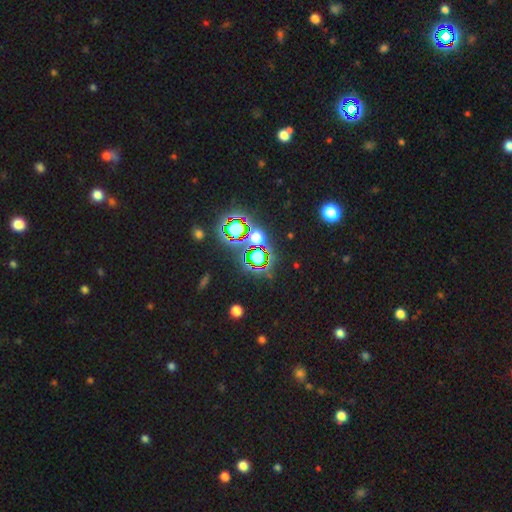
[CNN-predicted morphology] This appears to be a star or artifact, not a galaxy (73%).